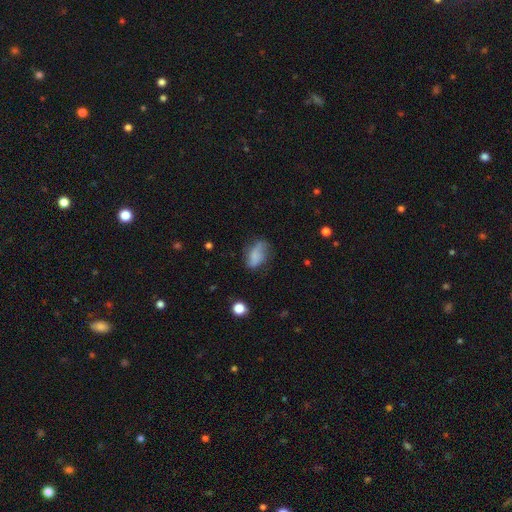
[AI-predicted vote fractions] smooth 67%, featured or disk 22%, star or artifact 11%. Down the decision tree: how rounded — in between (87%); merging — none (47%).